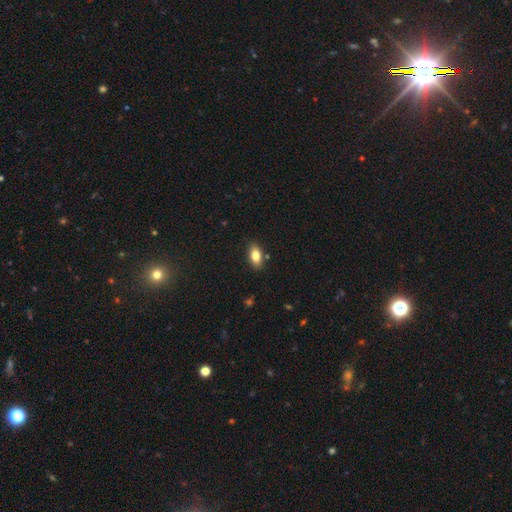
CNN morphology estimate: smooth_or_featured: smooth (p=0.83) [alt: featured or disk p=0.09]
how_rounded: in between (p=0.90) [alt: cigar-shaped p=0.05]
merging: none (p=0.84) [alt: minor disturbance p=0.11]